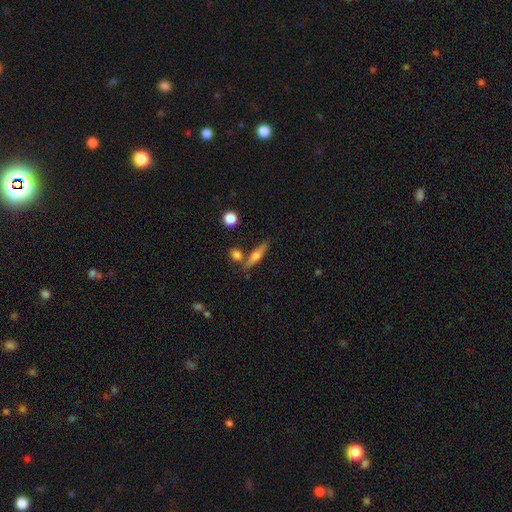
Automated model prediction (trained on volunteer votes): Smooth or featured?
  - featured or disk: 48% *
  - smooth: 44%
  - star or artifact: 8%
Merging?
  - none: 74% *
  - merger: 12%
  - minor disturbance: 11%
  - major disturbance: 3%